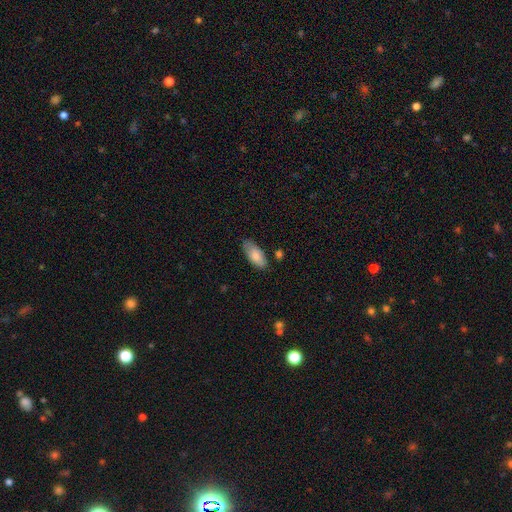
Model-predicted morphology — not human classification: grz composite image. It shows a smooth galaxy with no disk features (80%) that is in between round and cigar-shaped (88%). Merging: none (72%).